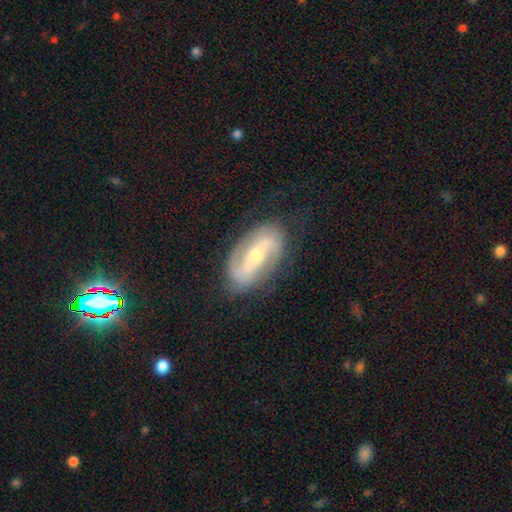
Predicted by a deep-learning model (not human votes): smooth-or-featured: featured or disk: 85% | smooth: 10% | star or artifact: 5%
  disk-edge-on: no: 95% | yes: 5%
    bar: strong: 52% | weak: 29% | no: 19%
    has-spiral-arms: yes: 93% | no: 7%
      spiral-winding: medium: 42% | loose: 31% | tight: 27%
      spiral-arm-count: 2: 89% | can't tell: 5% | 1: 2% | 3: 2% | 4: 1% | more than 4: 1%
    bulge-size: small: 50% | moderate: 46% | large: 3% | none: 1% | dominant: 1%
  merging: none: 79% | minor disturbance: 14% | major disturbance: 6% | merger: 1%